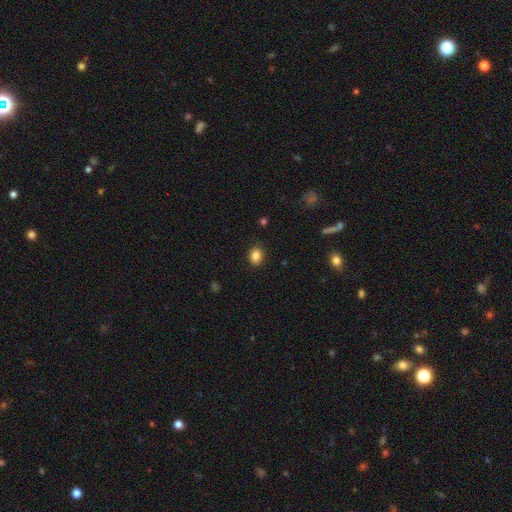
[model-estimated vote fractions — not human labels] Q: Smooth or featured?
A: smooth (85%); runner-up: star or artifact (10%)
Q: How rounded?
A: round (53%); runner-up: in between (46%)
Q: Merging?
A: none (89%); runner-up: minor disturbance (8%)